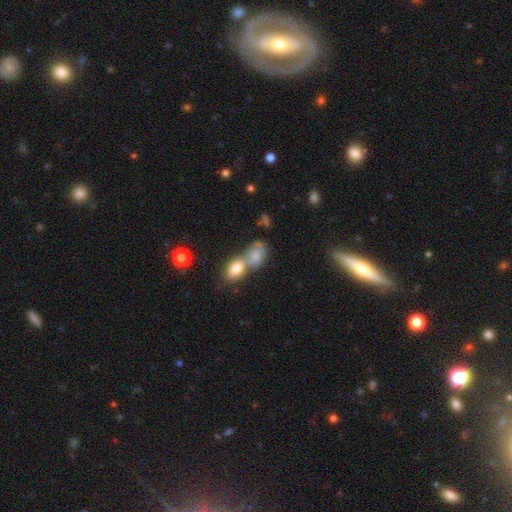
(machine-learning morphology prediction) The model was most divided on "merging": merger: 66%, none: 21%, minor disturbance: 8%, major disturbance: 5%. More confident: how rounded — in between (74%); smooth or featured — smooth (73%).